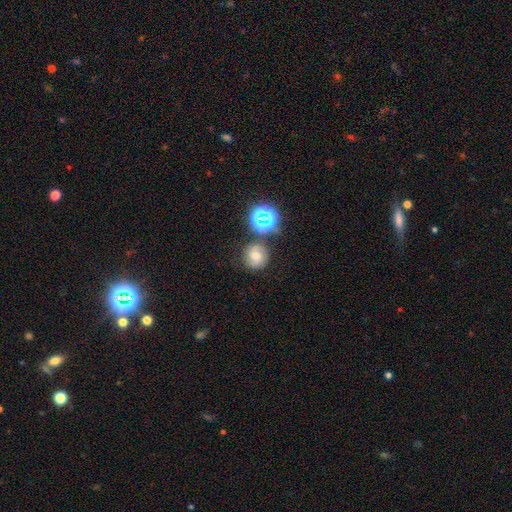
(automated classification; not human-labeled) Q: Smooth or featured?
A: smooth (42%); runner-up: featured or disk (38%)
Q: Merging?
A: none (74%); runner-up: minor disturbance (13%)